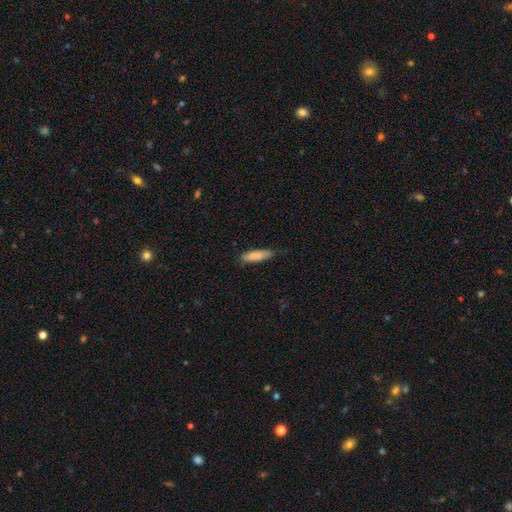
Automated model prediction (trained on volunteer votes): Smooth or featured? smooth (84%)
How rounded? cigar-shaped (63%)
Merging? none (75%)